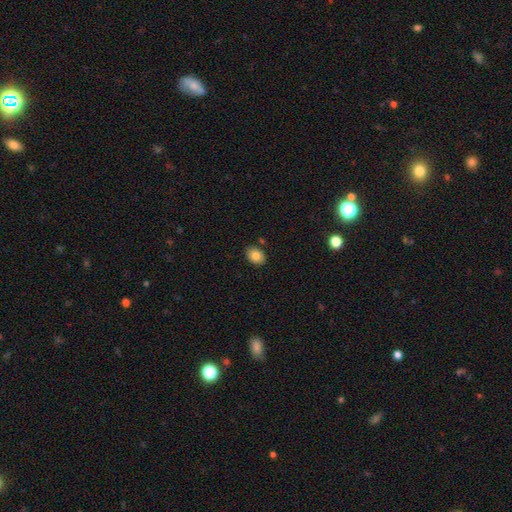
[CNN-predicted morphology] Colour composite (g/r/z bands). It shows a smooth galaxy with no disk features (81%) that is in between round and cigar-shaped (73%). Merging: none (84%).